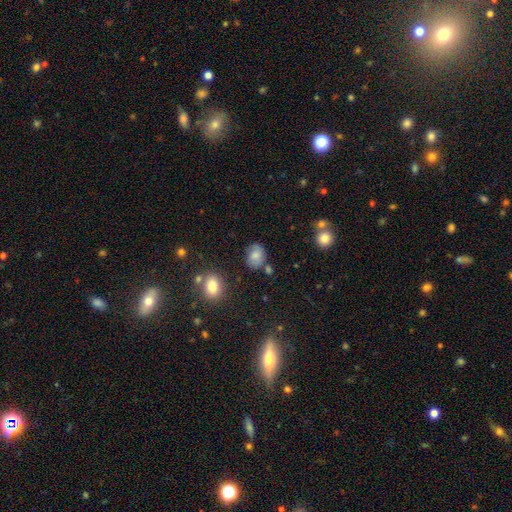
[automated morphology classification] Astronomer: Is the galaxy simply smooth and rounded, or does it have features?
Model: smooth — 72%.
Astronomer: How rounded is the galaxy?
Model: in between — 58% (runner-up: round, 41%).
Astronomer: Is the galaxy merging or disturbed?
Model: none — 66%.